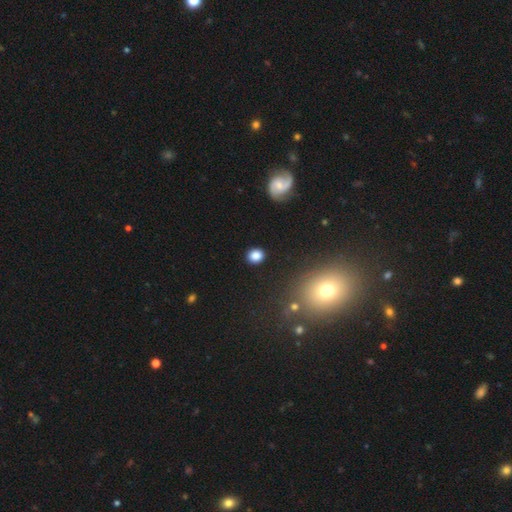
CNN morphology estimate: Smooth or featured? Predicted: smooth (p=0.83). How rounded? Predicted: round (p=0.67). Merging? Predicted: none (p=0.87).